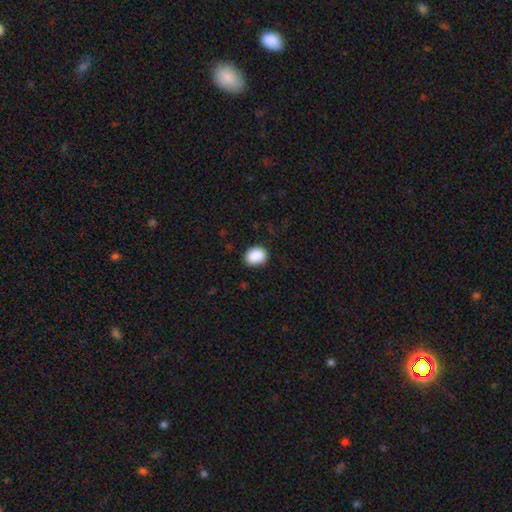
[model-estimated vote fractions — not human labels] smooth 89%, star or artifact 8%, featured or disk 3%. Down the decision tree: how rounded — in between (57%); merging — none (84%).